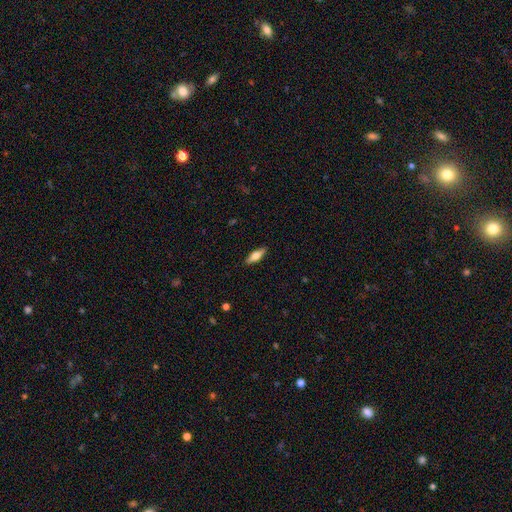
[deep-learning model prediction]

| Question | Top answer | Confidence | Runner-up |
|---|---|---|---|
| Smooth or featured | smooth | 65% | featured or disk (29%) |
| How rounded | in between | 56% | cigar-shaped (41%) |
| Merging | none | 89% | minor disturbance (8%) |